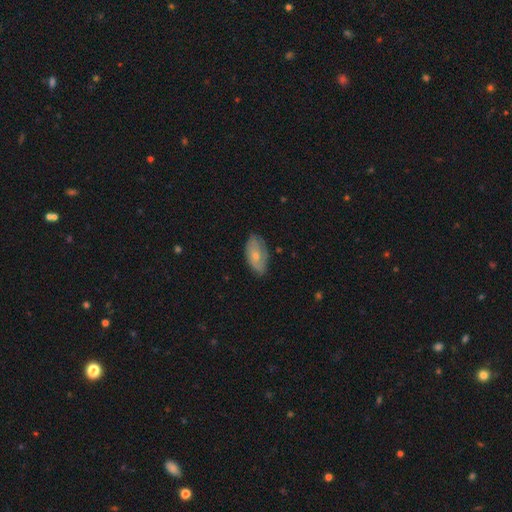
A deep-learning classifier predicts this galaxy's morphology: smooth-or-featured: smooth: 53% | featured or disk: 40% | star or artifact: 6%
  how-rounded: in between: 92% | cigar-shaped: 4% | round: 4%
  merging: none: 69% | minor disturbance: 24% | major disturbance: 5% | merger: 1%